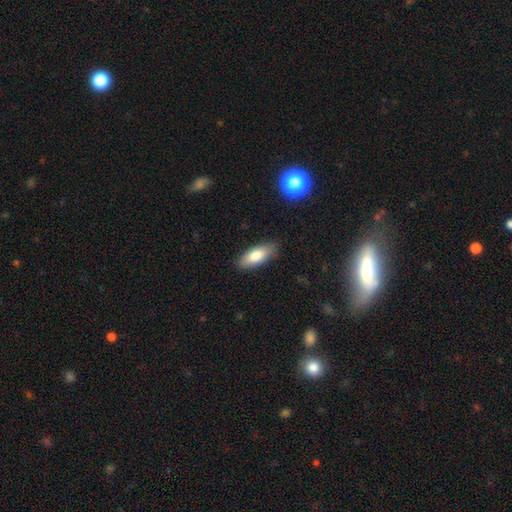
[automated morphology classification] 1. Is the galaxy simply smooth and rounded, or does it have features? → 80% smooth, 13% featured or disk, 6% star or artifact.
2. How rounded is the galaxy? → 78% in between, 20% cigar-shaped, 2% round.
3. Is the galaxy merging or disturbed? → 85% none, 11% minor disturbance, 2% major disturbance, 1% merger.